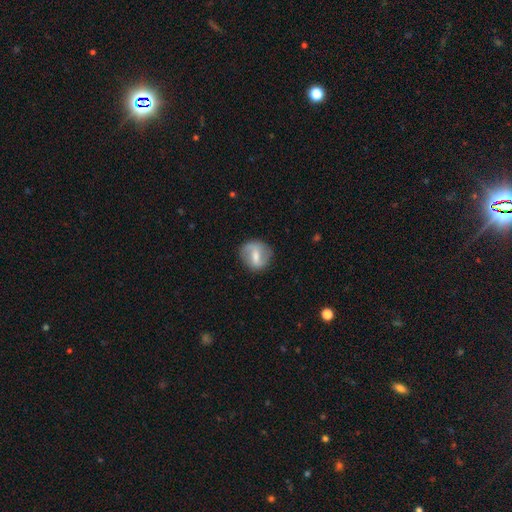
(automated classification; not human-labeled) Q: Smooth or featured?
A: featured or disk (57%); runner-up: smooth (37%)
Q: Edge-on disk?
A: no (95%); runner-up: yes (5%)
Q: Bar?
A: weak (44%); runner-up: strong (43%)
Q: Spiral arms?
A: yes (66%); runner-up: no (34%)
Q: Bulge size?
A: moderate (51%); runner-up: small (34%)
Q: Merging?
A: none (81%); runner-up: minor disturbance (13%)